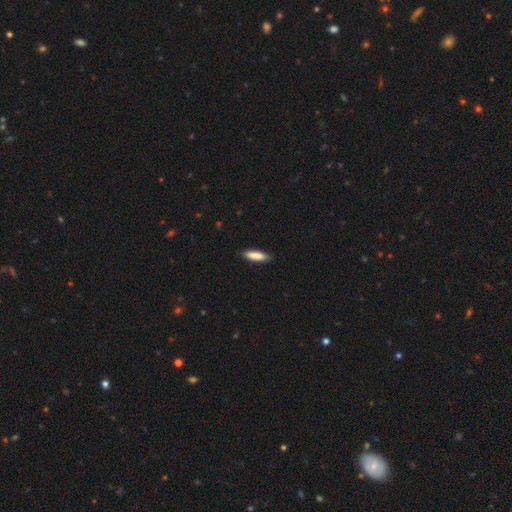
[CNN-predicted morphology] Smooth or featured: smooth — 86% (featured or disk — 8%)
How rounded: cigar-shaped — 65% (in between — 34%)
Merging: none — 88% (minor disturbance — 9%)